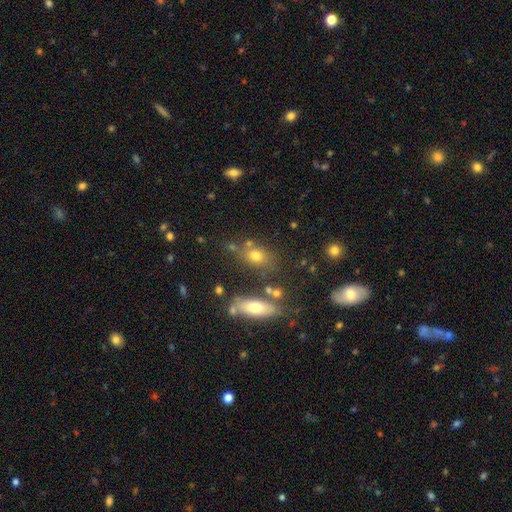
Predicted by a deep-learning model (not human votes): Smooth or featured: smooth — 69% (star or artifact — 16%)
How rounded: in between — 60% (round — 33%)
Merging: none — 64% (merger — 16%)